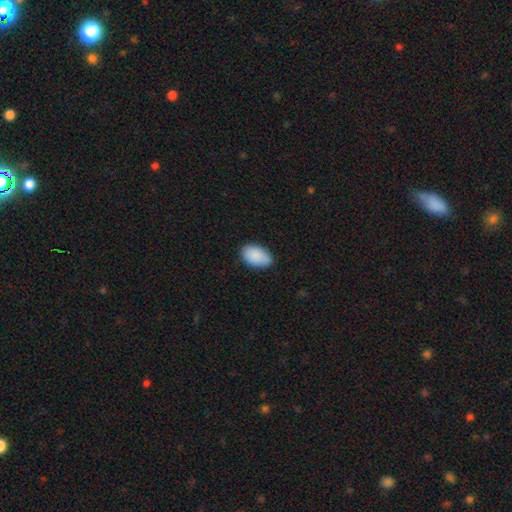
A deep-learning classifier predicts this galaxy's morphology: Q: Smooth or featured?
A: smooth (90%); runner-up: star or artifact (6%)
Q: How rounded?
A: in between (93%); runner-up: round (6%)
Q: Merging?
A: none (84%); runner-up: minor disturbance (13%)